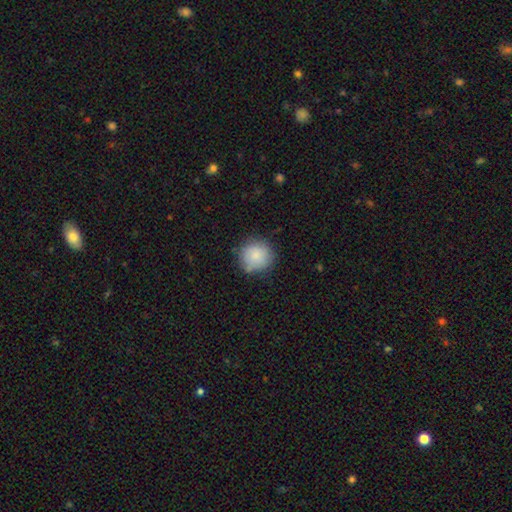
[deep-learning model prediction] Morphology: type=smooth (84%); roundness=round (93%); merging=none (79%).